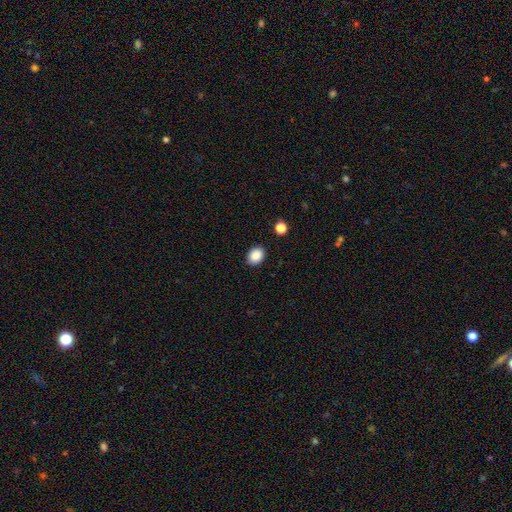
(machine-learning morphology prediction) A smooth galaxy with no disk features (88%) that is in between round and cigar-shaped (63%).

Vote fractions:
- Smooth or featured? smooth: 88% / star or artifact: 9% / featured or disk: 4%
- How rounded? in between: 63% / round: 36% / cigar-shaped: 1%
- Merging? none: 89% / minor disturbance: 8% / major disturbance: 2% / merger: 2%